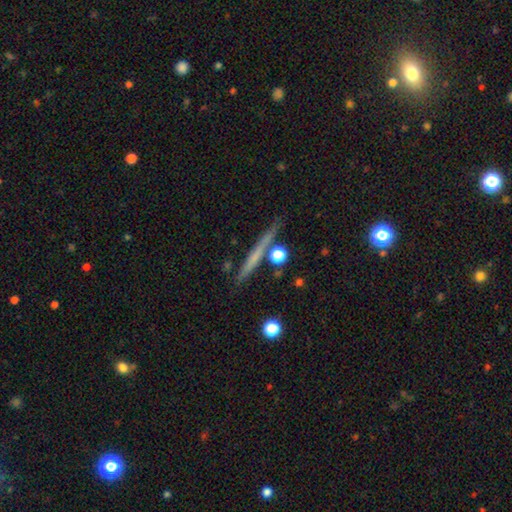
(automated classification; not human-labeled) Smooth or featured: featured or disk — 46% (tied with smooth — 46%)
Merging: none — 84% (minor disturbance — 9%)